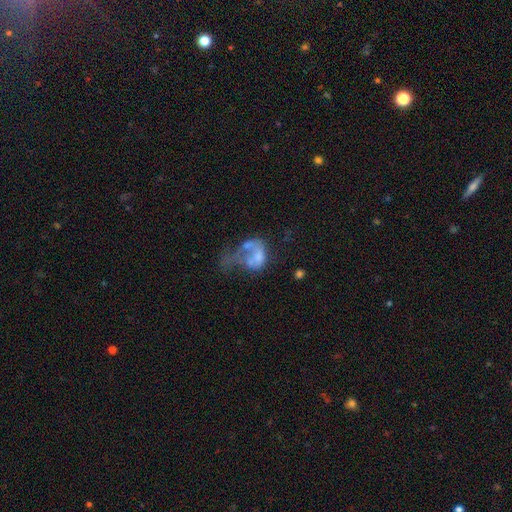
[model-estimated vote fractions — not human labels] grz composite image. It shows a featured or disk galaxy (50%). Merging: major disturbance (48%).